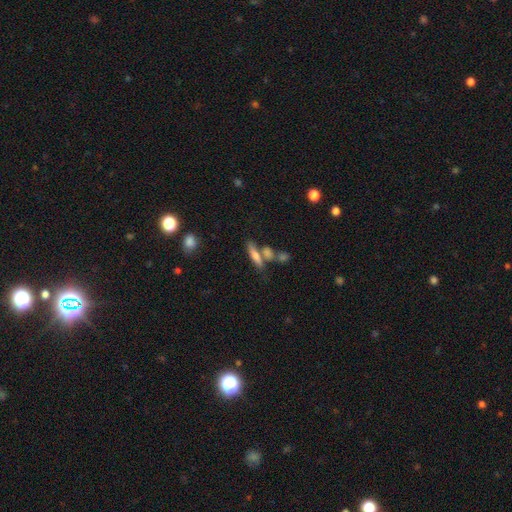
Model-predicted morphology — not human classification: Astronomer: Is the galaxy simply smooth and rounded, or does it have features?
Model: smooth — 62%.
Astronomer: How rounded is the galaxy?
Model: cigar-shaped — 70%.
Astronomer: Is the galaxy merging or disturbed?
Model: none — 58%.